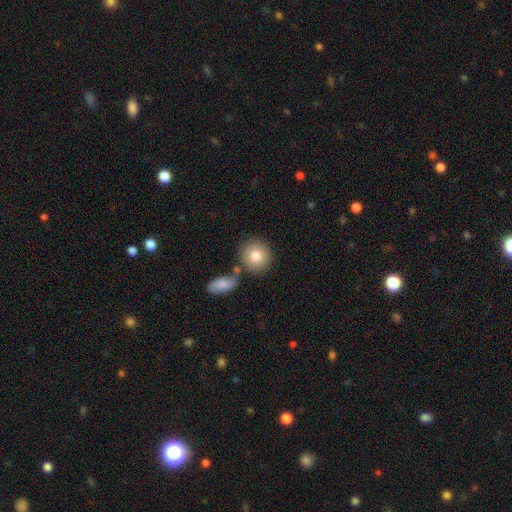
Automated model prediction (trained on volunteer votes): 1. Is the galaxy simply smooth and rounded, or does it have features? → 80% smooth, 12% featured or disk, 8% star or artifact.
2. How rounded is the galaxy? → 89% round, 10% in between, 1% cigar-shaped.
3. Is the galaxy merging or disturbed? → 74% none, 13% merger, 10% minor disturbance, 3% major disturbance.